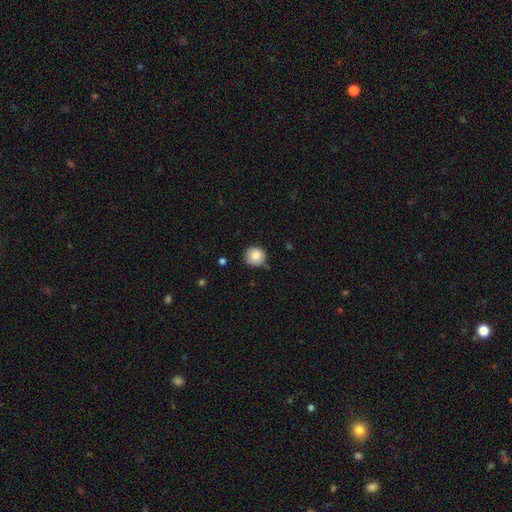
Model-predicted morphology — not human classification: This appears to be a smooth galaxy with no disk features (85%) that is round (91%). Merging: none (76%).